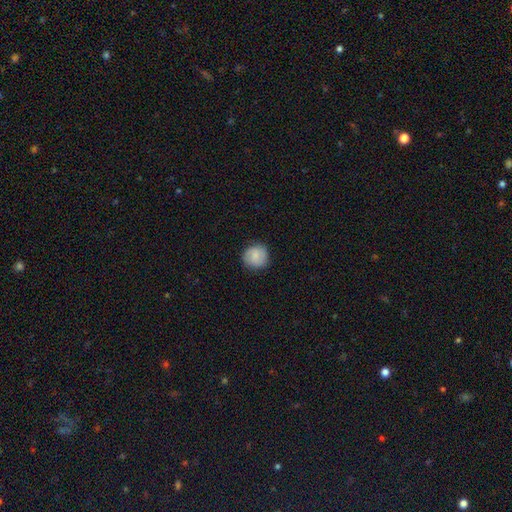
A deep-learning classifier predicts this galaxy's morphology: A smooth galaxy with no disk features (76%) that is round (90%). Merging: none (85%).